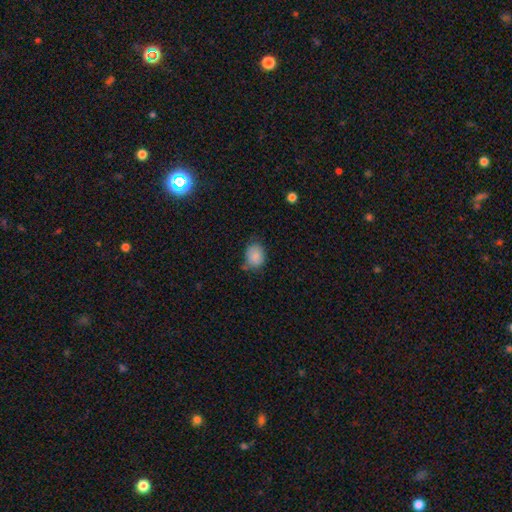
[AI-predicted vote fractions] Smooth or featured? Predicted: smooth (p=0.87). How rounded? Predicted: in between (p=0.54). Merging? Predicted: none (p=0.64).